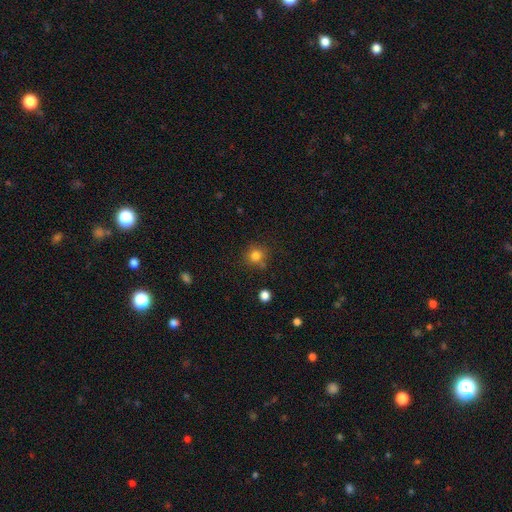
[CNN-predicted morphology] Smooth or featured: smooth — 81% (star or artifact — 13%)
How rounded: round — 88% (in between — 11%)
Merging: none — 76% (minor disturbance — 13%)